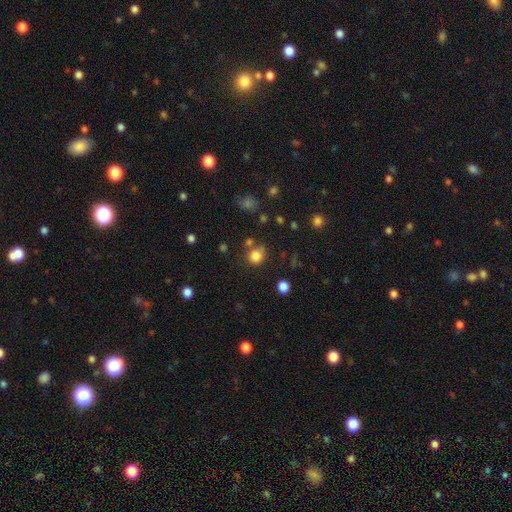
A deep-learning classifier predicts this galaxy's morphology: This is clearly a smooth galaxy (83%). How rounded: clearly round (84%). Merging: likely none (69%).